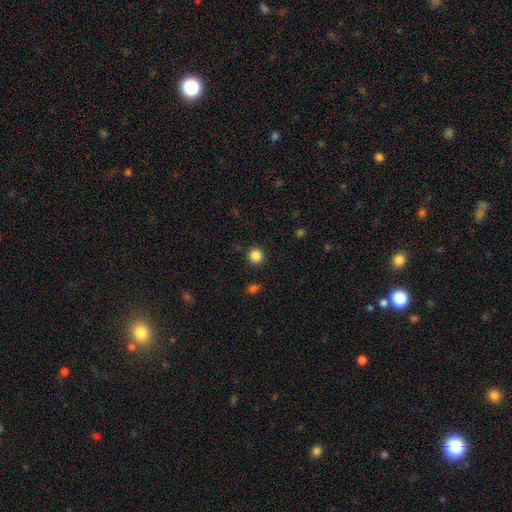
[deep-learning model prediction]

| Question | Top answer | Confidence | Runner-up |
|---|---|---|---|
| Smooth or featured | smooth | 86% | star or artifact (11%) |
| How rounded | round | 92% | in between (7%) |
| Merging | none | 91% | minor disturbance (5%) |